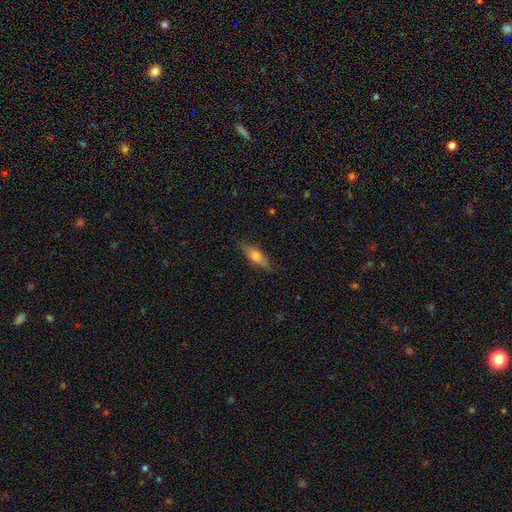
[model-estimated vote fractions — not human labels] Overall: smooth (60%; featured or disk 33%). How rounded: in between (51%; cigar-shaped 46%). Merging: none (82%).